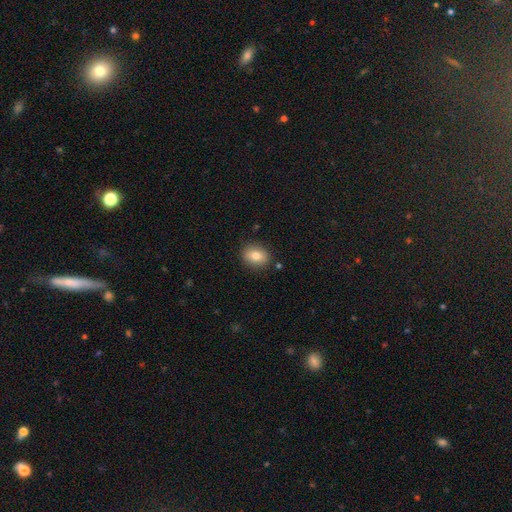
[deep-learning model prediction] Smooth or featured?
  - smooth: 81% *
  - featured or disk: 10%
  - star or artifact: 9%
How rounded?
  - in between: 54% *
  - round: 44%
  - cigar-shaped: 1%
Merging?
  - none: 87% *
  - minor disturbance: 9%
  - major disturbance: 2%
  - merger: 2%